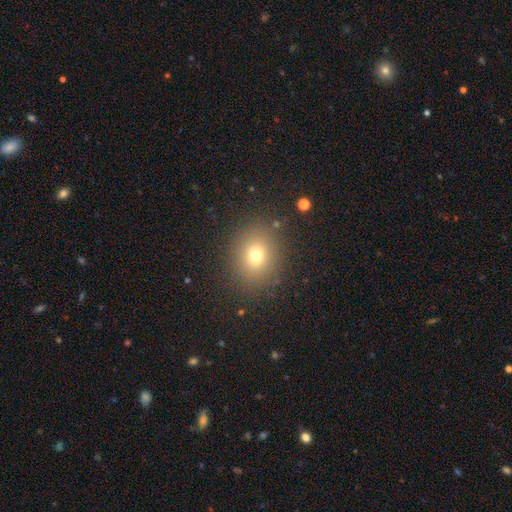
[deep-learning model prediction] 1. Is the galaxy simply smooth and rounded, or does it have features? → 72% smooth, 17% star or artifact, 11% featured or disk.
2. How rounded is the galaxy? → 66% round, 33% in between, 1% cigar-shaped.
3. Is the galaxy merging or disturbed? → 87% none, 8% minor disturbance, 3% major disturbance, 2% merger.